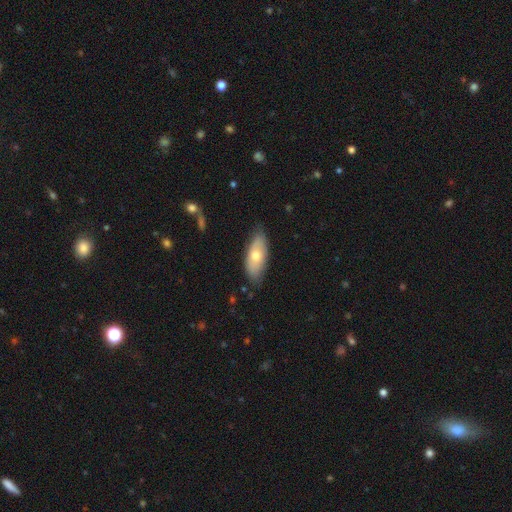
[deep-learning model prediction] A smooth galaxy with no disk features (64%) that is in between round and cigar-shaped (84%).

Vote fractions:
- Smooth or featured? smooth: 64% / featured or disk: 30% / star or artifact: 6%
- How rounded? in between: 84% / cigar-shaped: 13% / round: 3%
- Merging? none: 79% / minor disturbance: 17% / major disturbance: 3% / merger: 1%